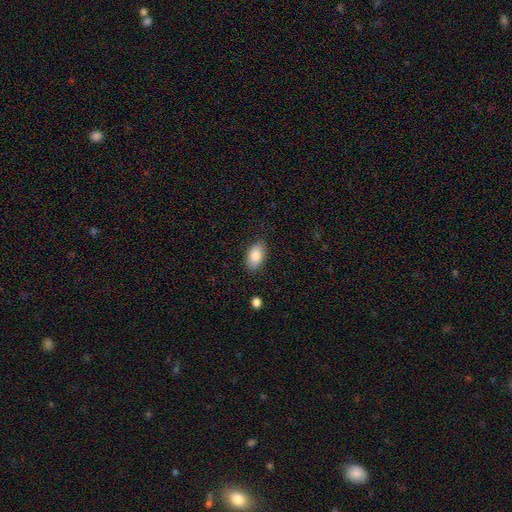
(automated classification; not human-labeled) This appears to be a smooth galaxy with no disk features (83%) that is in between round and cigar-shaped (92%). Merging: none (86%).